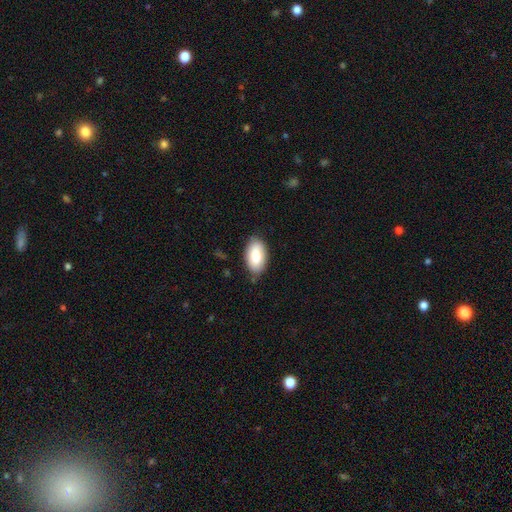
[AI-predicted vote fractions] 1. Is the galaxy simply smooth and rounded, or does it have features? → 82% smooth, 12% featured or disk, 6% star or artifact.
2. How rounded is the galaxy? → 95% in between, 4% round, 2% cigar-shaped.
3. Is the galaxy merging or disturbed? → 80% none, 16% minor disturbance, 3% major disturbance, 1% merger.